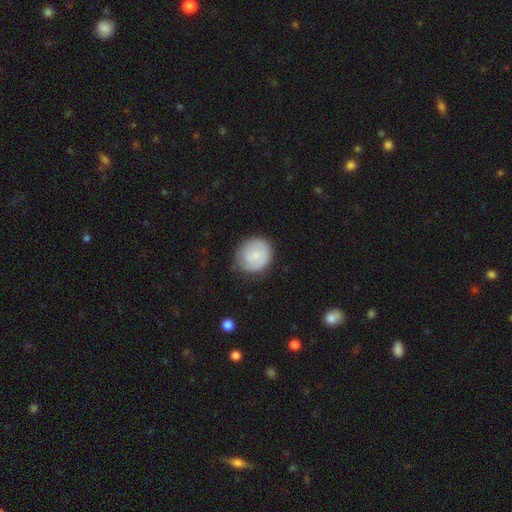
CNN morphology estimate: This is likely a smooth galaxy (76%). How rounded: clearly round (83%). Merging: likely none (71%).